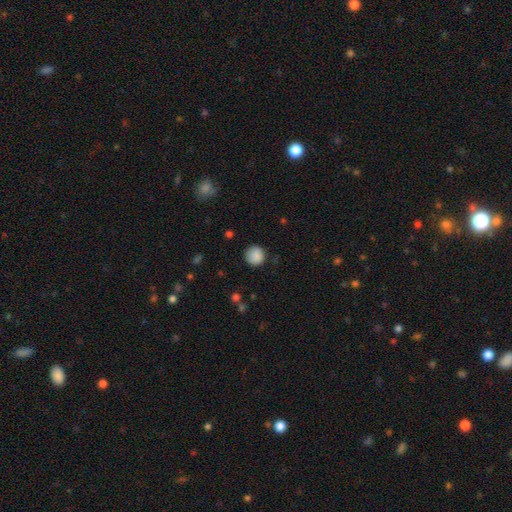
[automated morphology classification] A smooth galaxy with no disk features (87%) that is round (91%).

Vote fractions:
- Smooth or featured? smooth: 87% / star or artifact: 8% / featured or disk: 4%
- How rounded? round: 91% / in between: 8% / cigar-shaped: 1%
- Merging? none: 84% / minor disturbance: 12% / major disturbance: 3% / merger: 1%